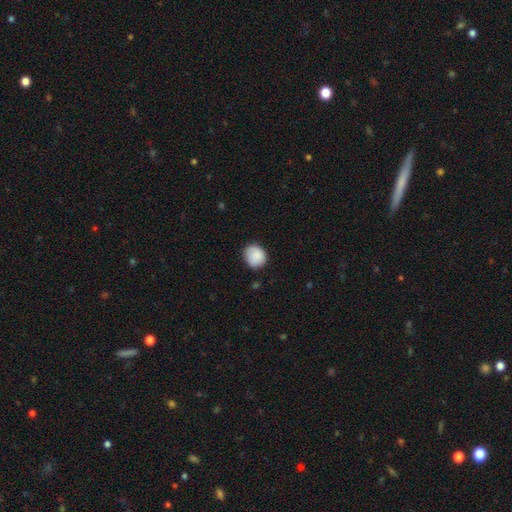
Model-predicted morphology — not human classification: A smooth galaxy with no disk features (88%) that is round (77%). Merging: none (77%).